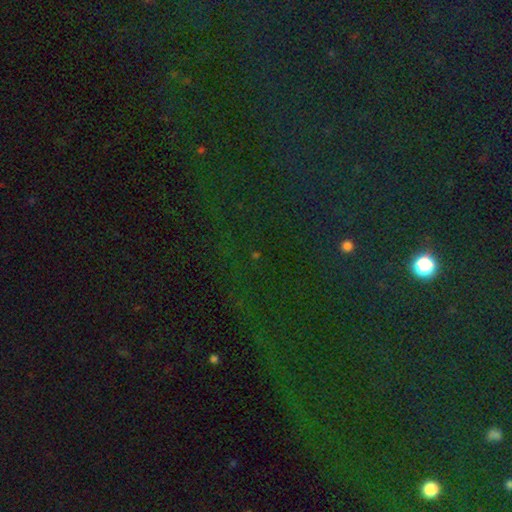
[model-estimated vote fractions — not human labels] Smooth or featured? Predicted: star or artifact (p=0.75).